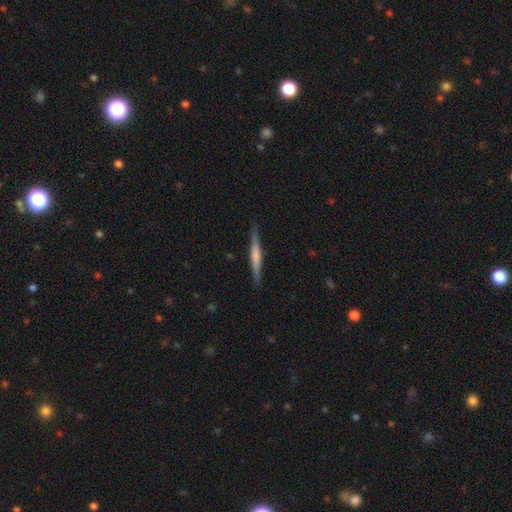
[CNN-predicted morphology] Q: Smooth or featured?
A: featured or disk (51%); runner-up: smooth (43%)
Q: Edge-on disk?
A: yes (97%); runner-up: no (3%)
Q: Merging?
A: none (89%); runner-up: minor disturbance (9%)